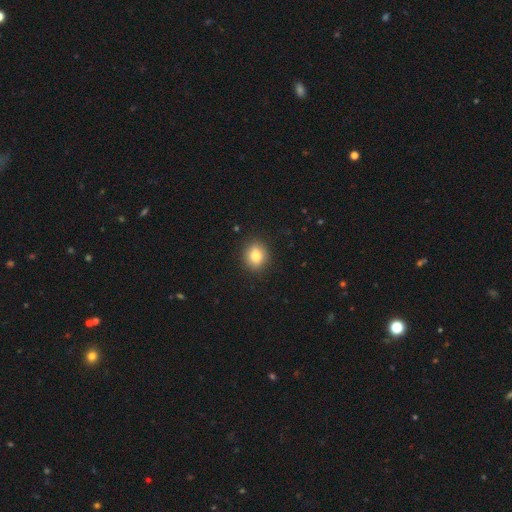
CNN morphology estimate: Smooth or featured? smooth (82%)
How rounded? round (66%)
Merging? none (90%)